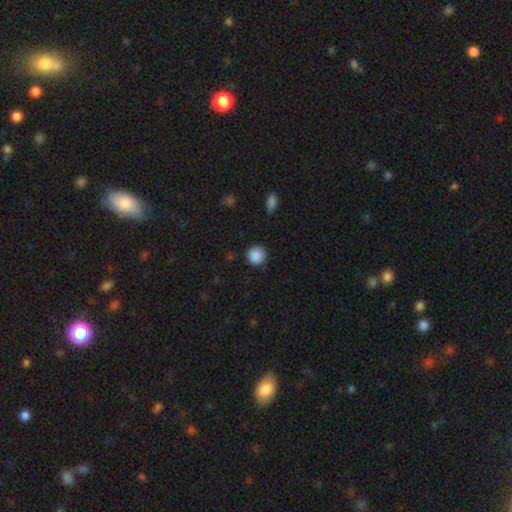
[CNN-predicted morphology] Q: Smooth or featured?
A: smooth (88%); runner-up: star or artifact (9%)
Q: How rounded?
A: round (93%); runner-up: in between (6%)
Q: Merging?
A: none (84%); runner-up: minor disturbance (11%)